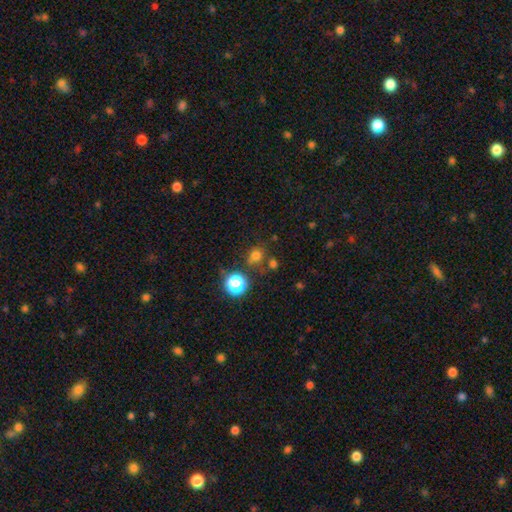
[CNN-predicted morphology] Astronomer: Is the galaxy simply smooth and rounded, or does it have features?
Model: smooth — 69%.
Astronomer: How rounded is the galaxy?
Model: round — 79%.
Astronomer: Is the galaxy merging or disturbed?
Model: none — 69%.